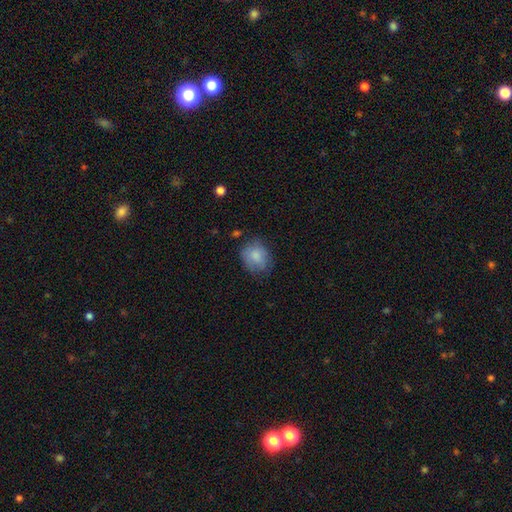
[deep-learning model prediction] The model was most divided on "how rounded": round: 58%, in between: 41%, cigar-shaped: 1%. More confident: smooth or featured — smooth (80%); merging — none (65%).